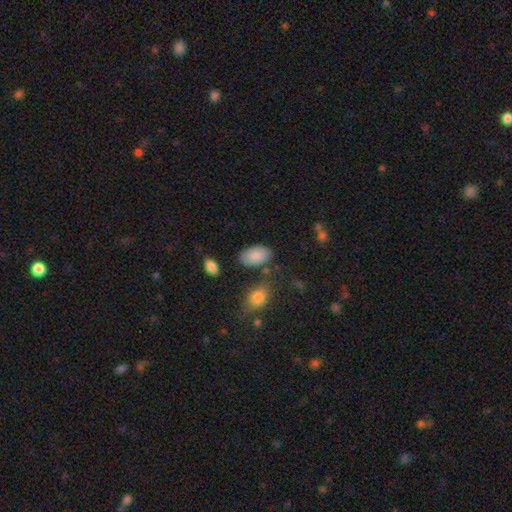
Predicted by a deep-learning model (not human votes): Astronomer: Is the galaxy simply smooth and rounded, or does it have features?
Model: smooth — 86%.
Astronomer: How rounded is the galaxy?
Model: in between — 93%.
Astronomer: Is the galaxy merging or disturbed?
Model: none — 75%.